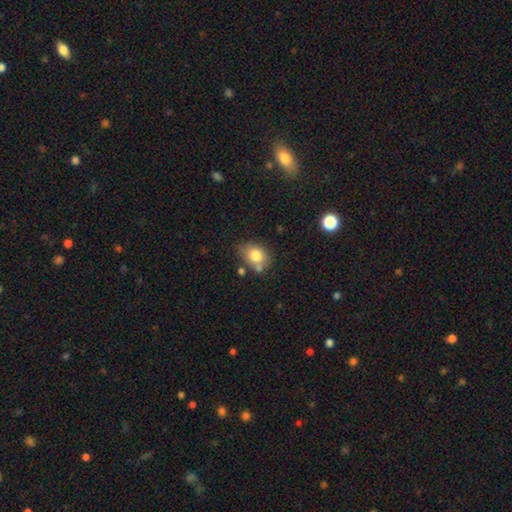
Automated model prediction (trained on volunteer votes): Q: Smooth or featured?
A: smooth (77%); runner-up: featured or disk (13%)
Q: How rounded?
A: in between (58%); runner-up: round (41%)
Q: Merging?
A: none (59%); runner-up: minor disturbance (21%)